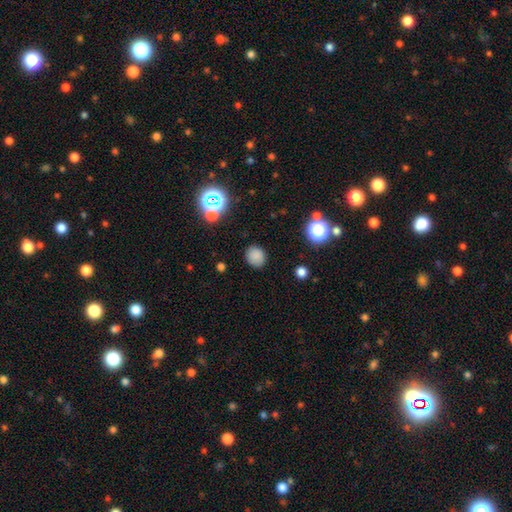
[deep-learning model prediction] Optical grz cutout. It shows a smooth galaxy with no disk features (81%) that is round (79%). Merging: none (85%).